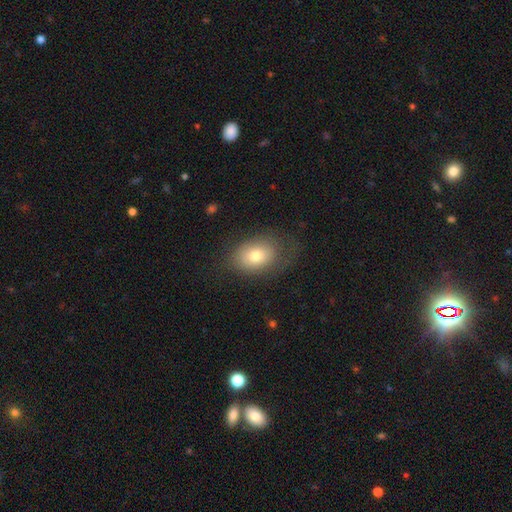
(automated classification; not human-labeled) Smooth or featured?
  - smooth: 72% *
  - featured or disk: 18%
  - star or artifact: 10%
How rounded?
  - in between: 79% *
  - round: 20%
  - cigar-shaped: 1%
Merging?
  - none: 66% *
  - minor disturbance: 21%
  - major disturbance: 12%
  - merger: 1%